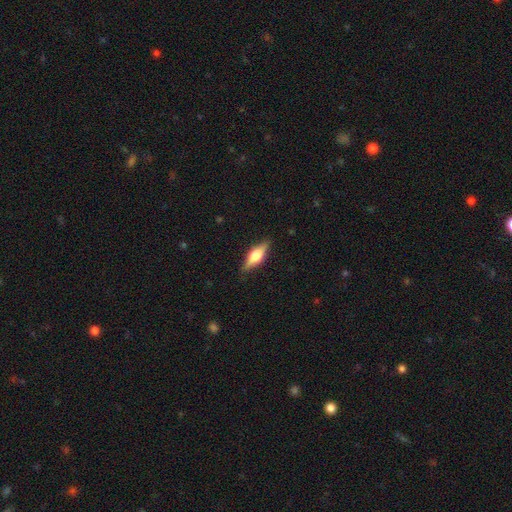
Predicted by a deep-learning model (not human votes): Smooth or featured: featured or disk — 51% (smooth — 43%)
Edge-on disk: yes — 94% (no — 6%)
Merging: none — 86% (minor disturbance — 11%)